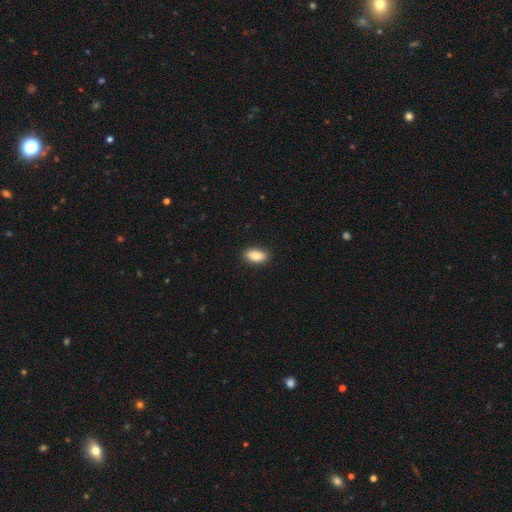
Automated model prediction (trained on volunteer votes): Smooth or featured?
  - smooth: 84% *
  - featured or disk: 9%
  - star or artifact: 7%
How rounded?
  - in between: 91% *
  - round: 6%
  - cigar-shaped: 4%
Merging?
  - none: 89% *
  - minor disturbance: 8%
  - major disturbance: 2%
  - merger: 1%